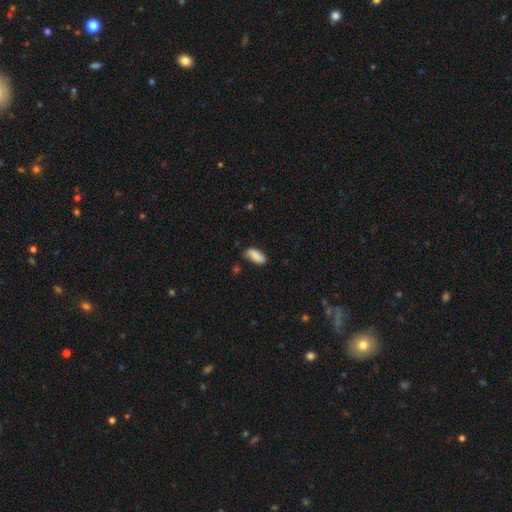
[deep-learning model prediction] Smooth or featured?
  - smooth: 83% *
  - featured or disk: 10%
  - star or artifact: 7%
How rounded?
  - in between: 86% *
  - cigar-shaped: 11%
  - round: 2%
Merging?
  - none: 68% *
  - minor disturbance: 24%
  - major disturbance: 5%
  - merger: 3%